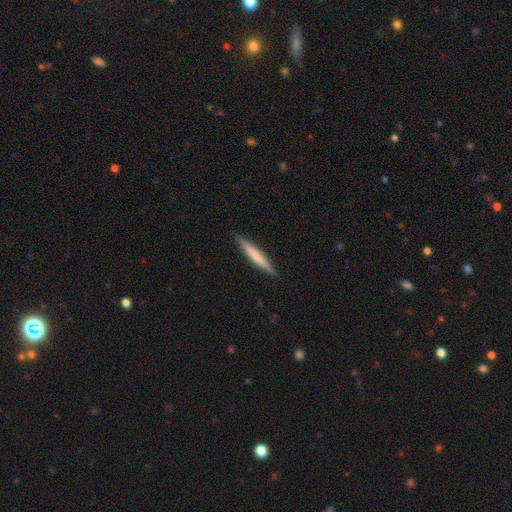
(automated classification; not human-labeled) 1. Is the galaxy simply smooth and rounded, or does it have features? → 56% smooth, 39% featured or disk, 5% star or artifact.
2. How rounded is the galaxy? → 96% cigar-shaped, 3% in between, 1% round.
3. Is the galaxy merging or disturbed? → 91% none, 6% minor disturbance, 1% major disturbance, 1% merger.